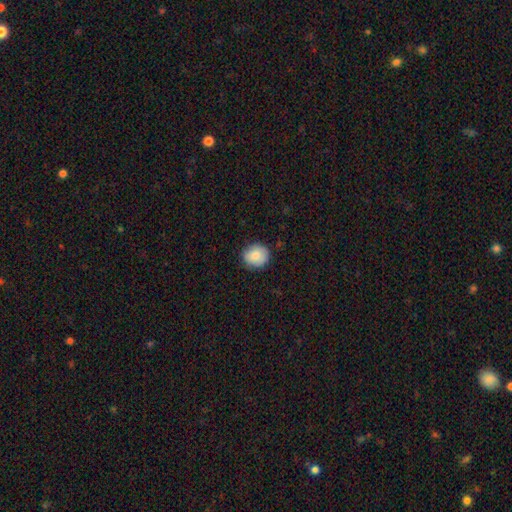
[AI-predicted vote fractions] Morphology: type=smooth (85%); roundness=round (80%); merging=none (84%).